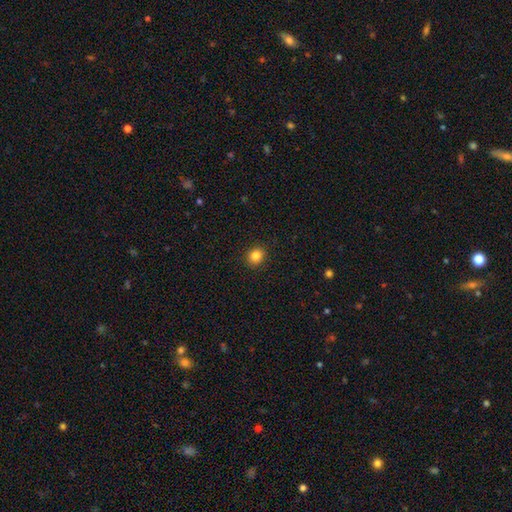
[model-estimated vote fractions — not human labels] smooth_or_featured: smooth (p=0.84) [alt: star or artifact p=0.11]
how_rounded: round (p=0.79) [alt: in between p=0.20]
merging: none (p=0.91) [alt: minor disturbance p=0.06]